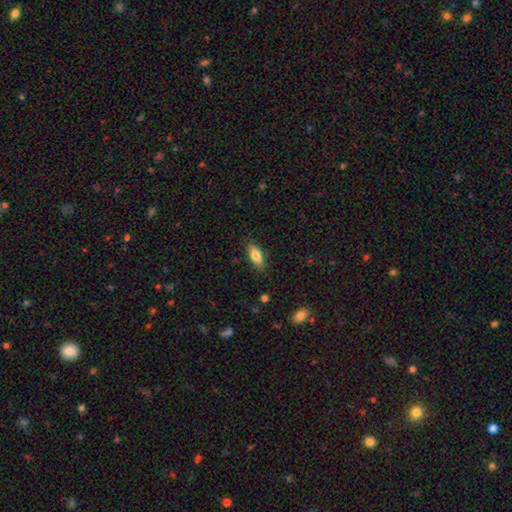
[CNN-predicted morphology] The model was most divided on "how rounded": in between: 77%, cigar-shaped: 20%, round: 3%. More confident: merging — none (86%); smooth or featured — smooth (79%).